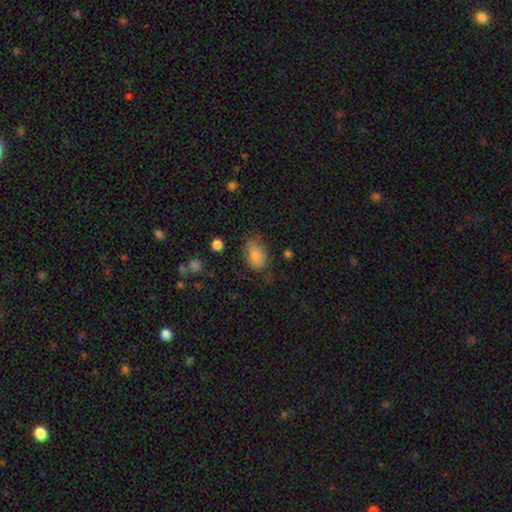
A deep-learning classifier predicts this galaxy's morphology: Overall: smooth (82%). How rounded: in between (87%). Merging: none (64%; minor disturbance 26%).